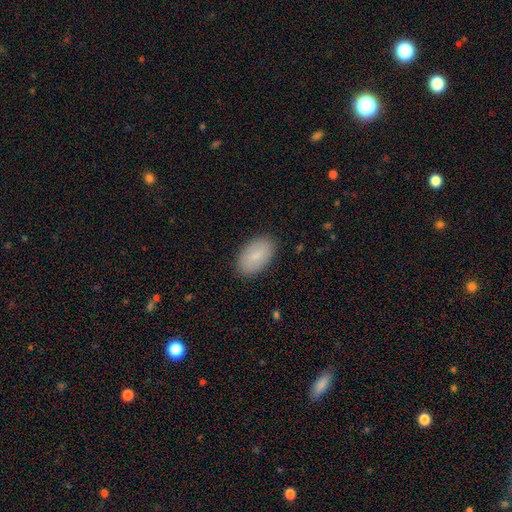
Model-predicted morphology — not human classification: This appears to be a smooth galaxy with no disk features (83%) that is in between round and cigar-shaped (95%). Merging: none (88%).